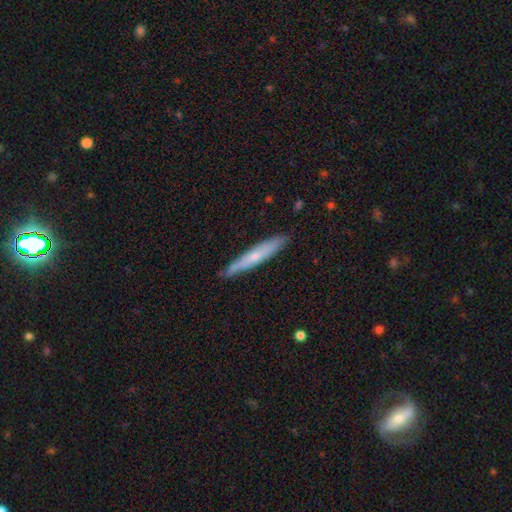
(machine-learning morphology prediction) This is possibly a smooth galaxy (52%). How rounded: clearly cigar-shaped (93%). Merging: clearly none (84%).